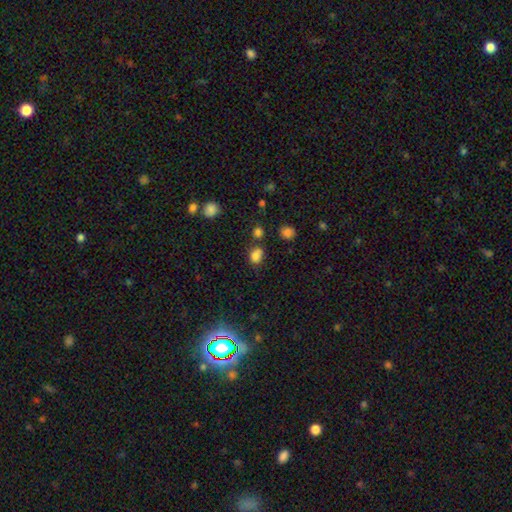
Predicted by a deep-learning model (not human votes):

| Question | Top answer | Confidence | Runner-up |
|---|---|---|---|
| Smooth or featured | smooth | 79% | star or artifact (14%) |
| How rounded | round | 56% | in between (43%) |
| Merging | none | 59% | merger (18%) |